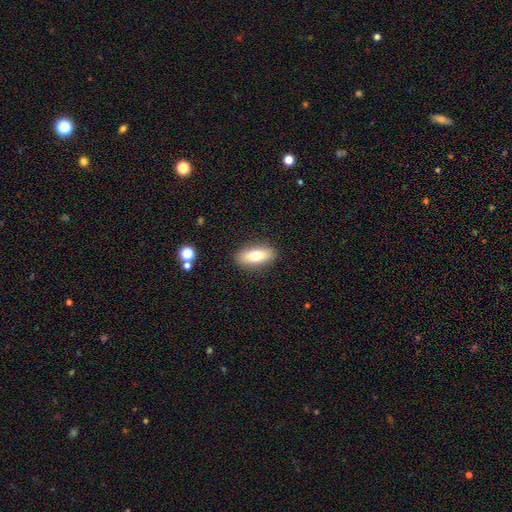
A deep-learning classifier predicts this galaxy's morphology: A smooth galaxy with no disk features (73%) that is in between round and cigar-shaped (78%).

Vote fractions:
- Smooth or featured? smooth: 73% / featured or disk: 20% / star or artifact: 7%
- How rounded? in between: 78% / cigar-shaped: 18% / round: 4%
- Merging? none: 88% / minor disturbance: 8% / major disturbance: 2% / merger: 1%